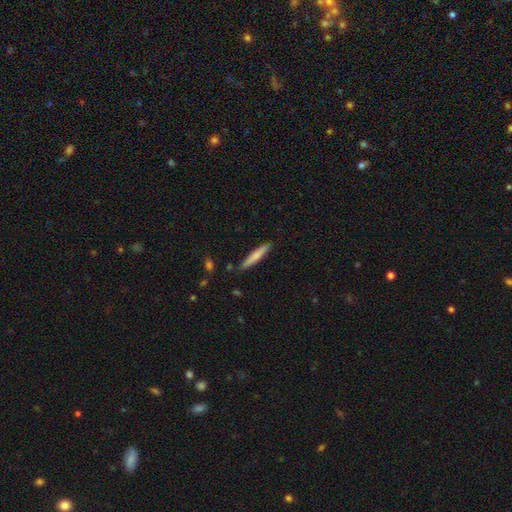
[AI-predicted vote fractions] Morphology: type=smooth (70%); roundness=cigar-shaped (94%); merging=none (89%).